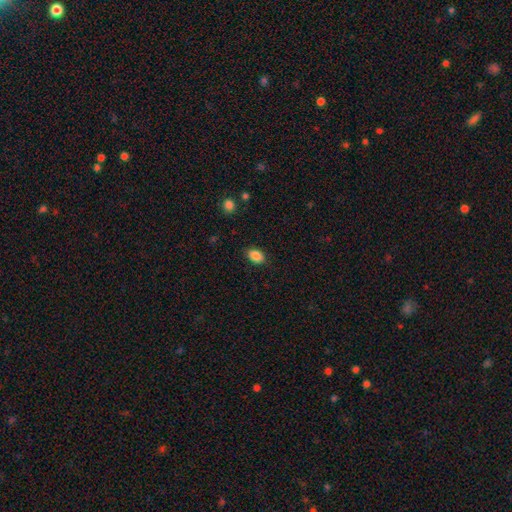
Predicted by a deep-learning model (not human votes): Smooth or featured: smooth — 87% (star or artifact — 8%)
How rounded: in between — 84% (round — 15%)
Merging: none — 84% (minor disturbance — 12%)